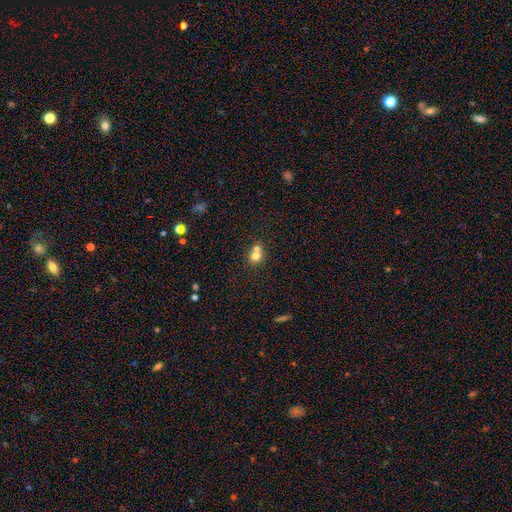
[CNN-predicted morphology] smooth-or-featured: smooth: 73% | featured or disk: 14% | star or artifact: 13%
  how-rounded: round: 78% | in between: 21% | cigar-shaped: 1%
  merging: merger: 54% | none: 37% | minor disturbance: 7% | major disturbance: 3%